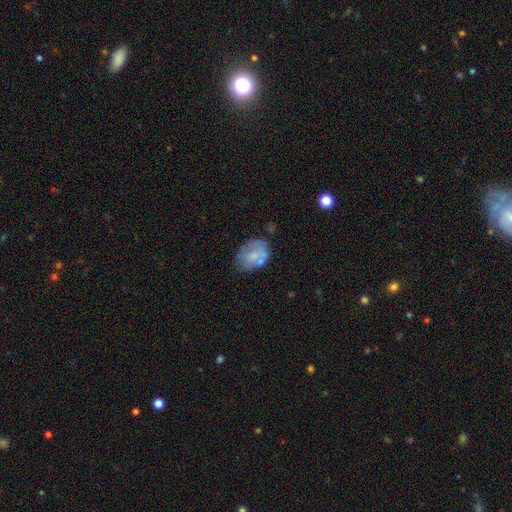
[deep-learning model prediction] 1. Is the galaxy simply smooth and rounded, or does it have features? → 59% smooth, 33% featured or disk, 8% star or artifact.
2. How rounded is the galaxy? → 70% in between, 29% round, 1% cigar-shaped.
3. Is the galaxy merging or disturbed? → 52% none, 26% minor disturbance, 12% major disturbance, 10% merger.